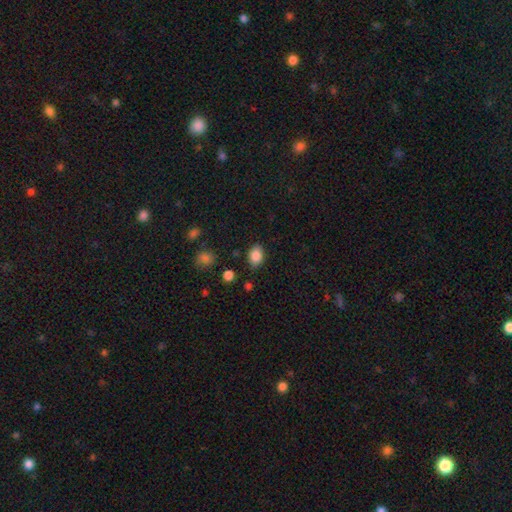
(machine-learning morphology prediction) type=smooth (86%); roundness=in between (79%); merging=none (82%).